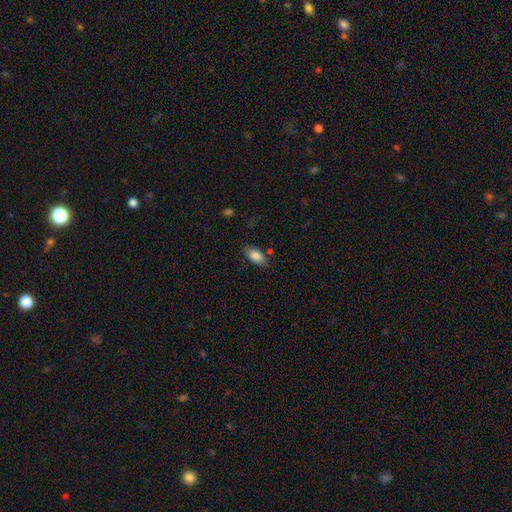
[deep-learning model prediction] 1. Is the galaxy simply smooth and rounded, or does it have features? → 84% smooth, 9% featured or disk, 7% star or artifact.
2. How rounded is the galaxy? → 91% in between, 5% cigar-shaped, 3% round.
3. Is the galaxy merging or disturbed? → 77% none, 15% minor disturbance, 4% merger, 4% major disturbance.